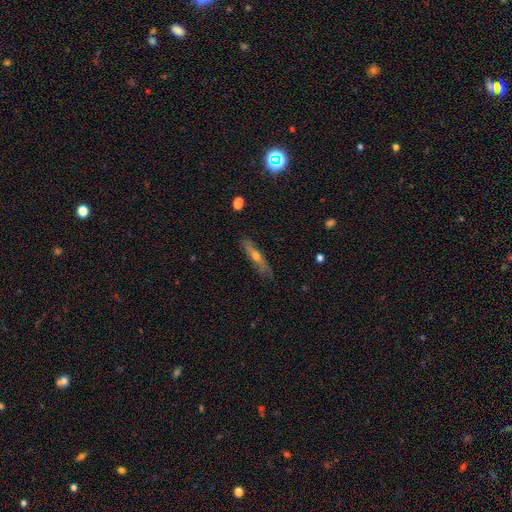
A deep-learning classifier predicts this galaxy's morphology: type=featured or disk (53%); edge-on=yes (73%); merging=none (81%).